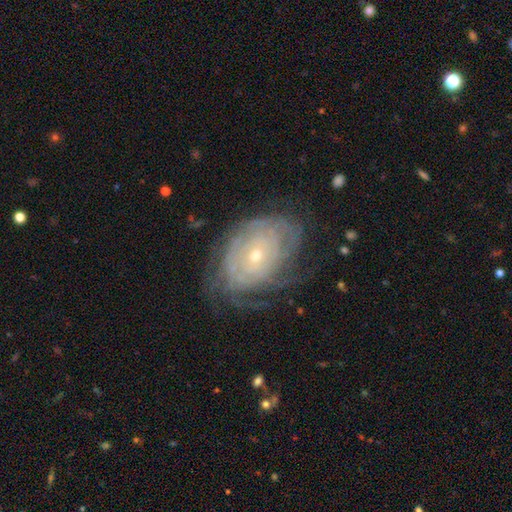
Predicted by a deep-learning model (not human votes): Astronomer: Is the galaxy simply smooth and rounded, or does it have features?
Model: featured or disk — 77%.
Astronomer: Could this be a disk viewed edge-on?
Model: no — 95%.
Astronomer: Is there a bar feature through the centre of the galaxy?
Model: no — 80%.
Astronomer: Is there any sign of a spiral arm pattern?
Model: yes — 84%.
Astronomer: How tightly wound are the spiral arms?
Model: tight — 78%.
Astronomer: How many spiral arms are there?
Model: can't tell — 60%.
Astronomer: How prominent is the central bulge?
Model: small — 65%.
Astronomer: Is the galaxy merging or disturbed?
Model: none — 64%.